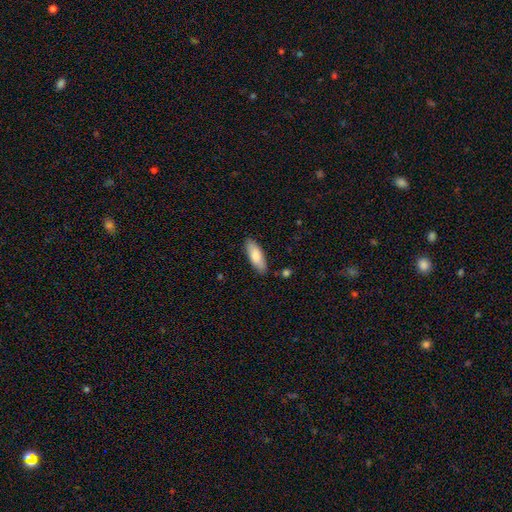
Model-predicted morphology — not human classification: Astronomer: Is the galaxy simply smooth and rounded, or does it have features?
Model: smooth — 81%.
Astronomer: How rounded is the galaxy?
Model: in between — 67%.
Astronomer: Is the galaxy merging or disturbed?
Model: none — 86%.